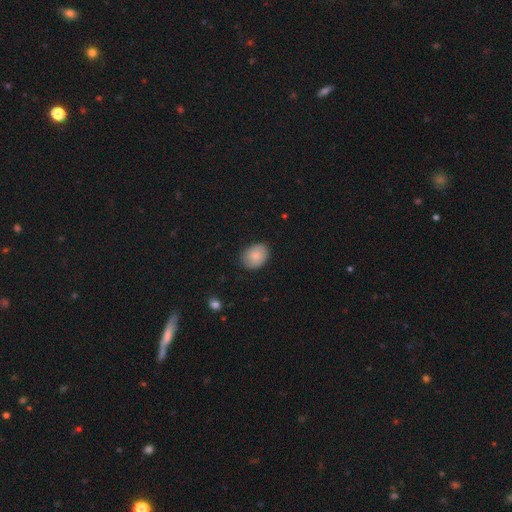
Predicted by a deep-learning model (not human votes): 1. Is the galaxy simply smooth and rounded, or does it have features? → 82% smooth, 11% featured or disk, 7% star or artifact.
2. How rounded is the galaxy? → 65% in between, 34% round, 1% cigar-shaped.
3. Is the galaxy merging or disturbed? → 82% none, 14% minor disturbance, 3% major disturbance, 1% merger.